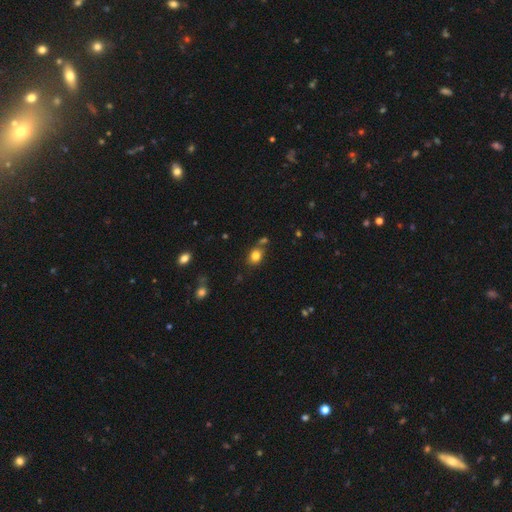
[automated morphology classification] A smooth galaxy with no disk features (81%) that is round (51%). Merging: none (71%).